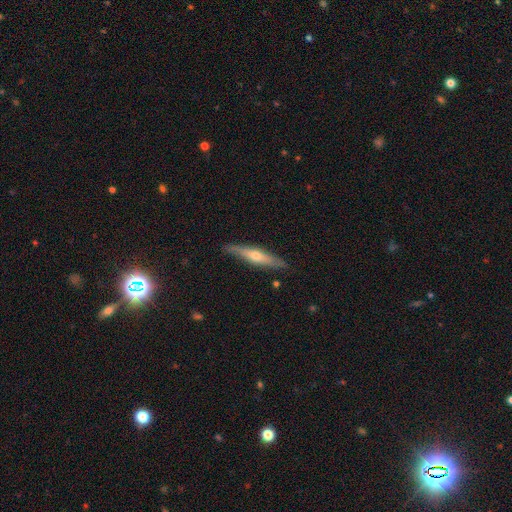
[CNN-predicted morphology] A featured or disk galaxy (62%) viewed edge-on (93%) with a rounded central bulge (85%). Merging: none (86%).